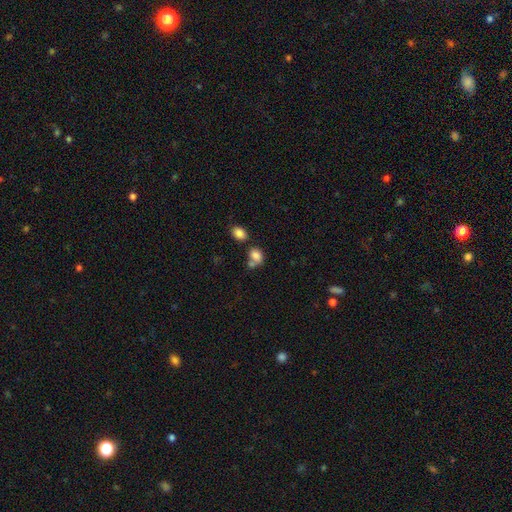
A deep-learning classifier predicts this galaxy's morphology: type=smooth (80%); roundness=in between (68%); merging=merger (40%).